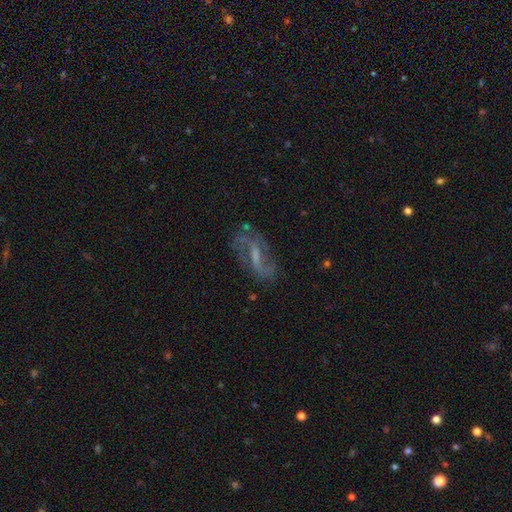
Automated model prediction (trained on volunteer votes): Smooth or featured? featured or disk (74%)
Edge-on disk? no (91%)
Bar? weak (48%)
Spiral arms? yes (87%)
Spiral winding? loose (54%)
Spiral arm count? 2 (75%)
Bulge size? small (42%)
Merging? none (68%)